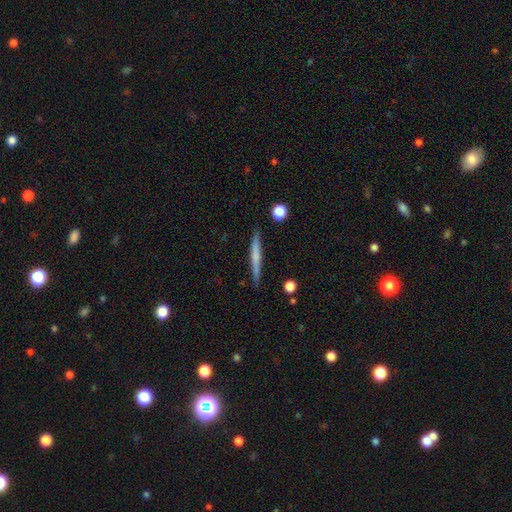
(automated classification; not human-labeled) Morphology: type=smooth (49%); merging=none (89%).